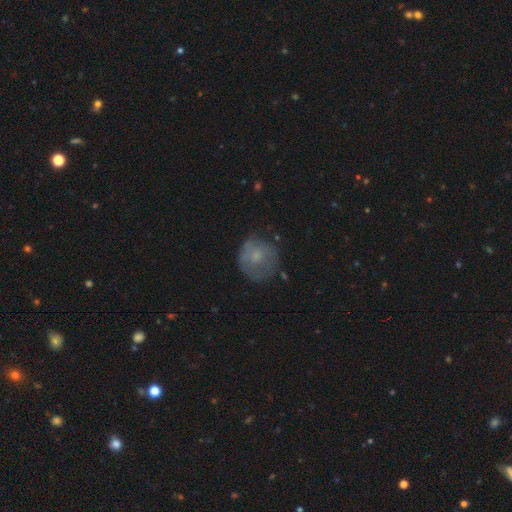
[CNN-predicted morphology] Smooth or featured? smooth (54%)
How rounded? round (80%)
Merging? none (58%)